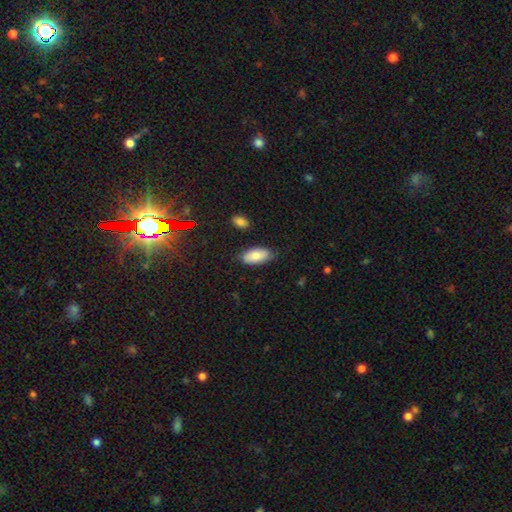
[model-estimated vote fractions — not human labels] smooth 81%, featured or disk 12%, star or artifact 7%. Down the decision tree: how rounded — in between (92%); merging — none (77%).